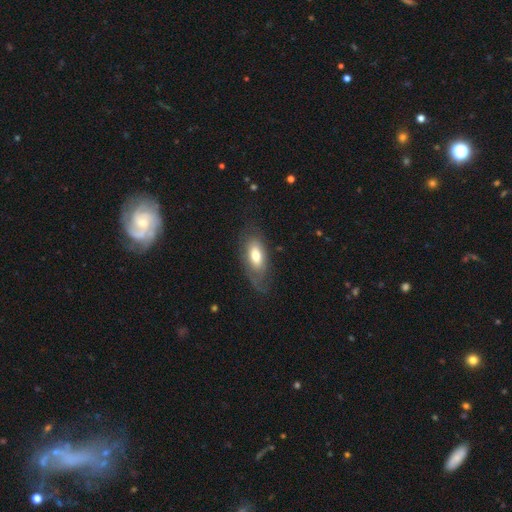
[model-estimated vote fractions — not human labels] This appears to be a smooth galaxy with no disk features (55%) that is in between round and cigar-shaped (88%). Merging: none (60%).